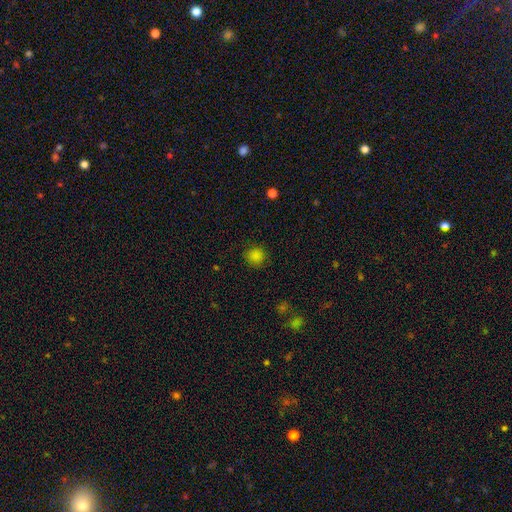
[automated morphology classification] Q: Smooth or featured?
A: smooth (83%); runner-up: star or artifact (13%)
Q: How rounded?
A: round (91%); runner-up: in between (8%)
Q: Merging?
A: none (87%); runner-up: minor disturbance (9%)